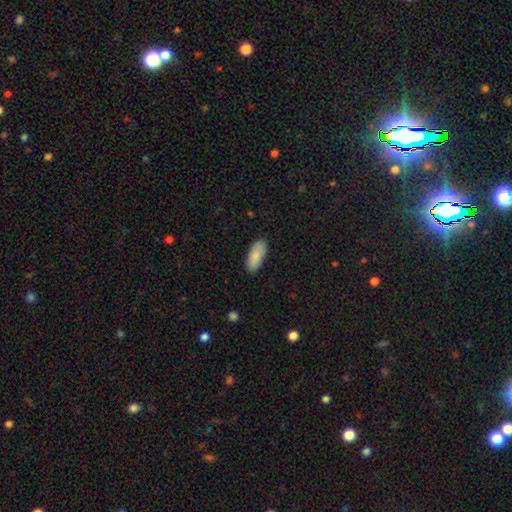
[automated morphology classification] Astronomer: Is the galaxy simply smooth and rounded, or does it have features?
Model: smooth — 88%.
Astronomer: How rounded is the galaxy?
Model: in between — 85%.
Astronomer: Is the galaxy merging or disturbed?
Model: none — 84%.